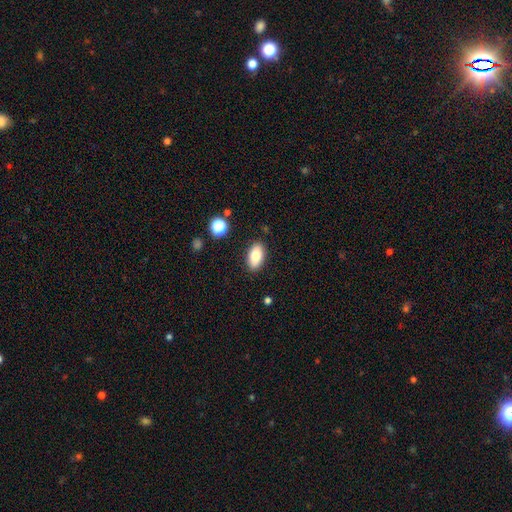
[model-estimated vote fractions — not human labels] Morphology: type=smooth (81%); roundness=in between (91%); merging=none (87%).